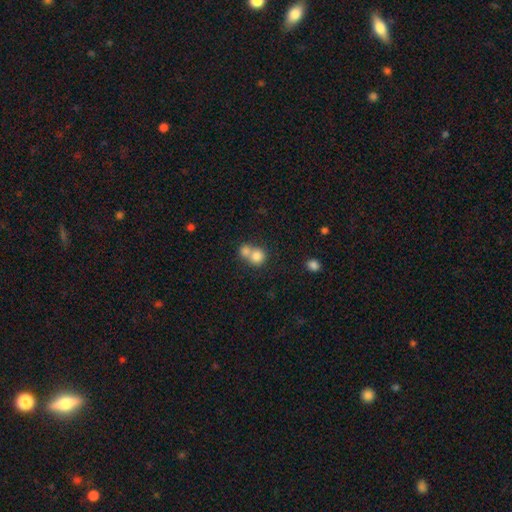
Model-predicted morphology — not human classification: Overall: smooth (79%). How rounded: round (80%). Merging: merger (60%; none 32%).